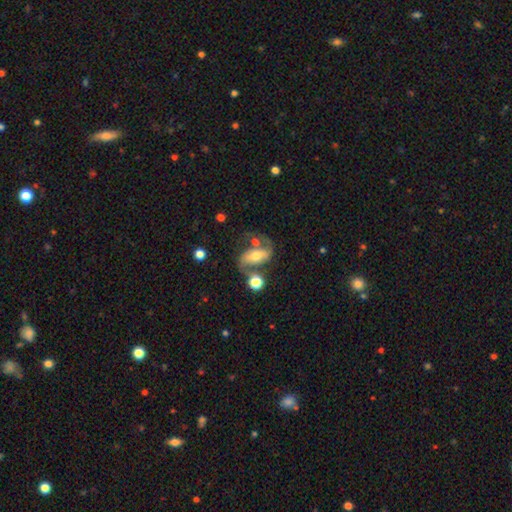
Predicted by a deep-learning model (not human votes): This appears to be a featured or disk galaxy (70%) with no bar (35%), 2 (88%) loose (44%) spiral arms (86%) and a moderate central bulge (57%). Merging: none (48%).